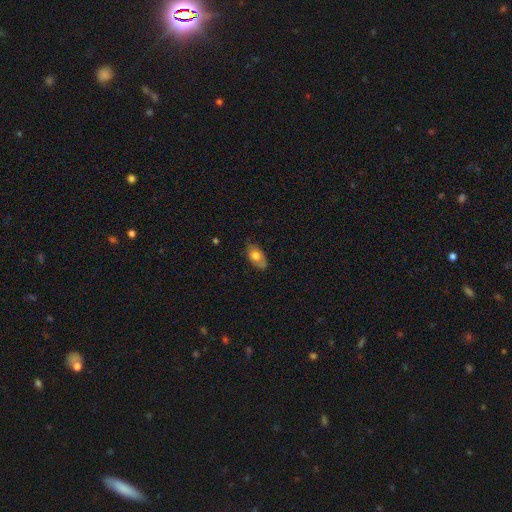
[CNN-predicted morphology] smooth_or_featured: smooth (p=0.63) [alt: featured or disk p=0.30]
how_rounded: in between (p=0.90) [alt: round p=0.07]
merging: none (p=0.73) [alt: minor disturbance p=0.22]